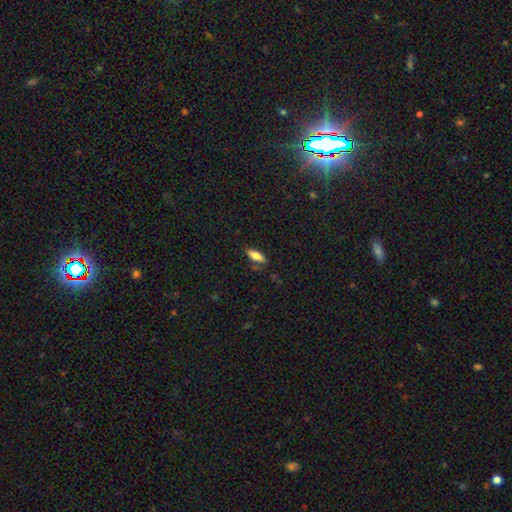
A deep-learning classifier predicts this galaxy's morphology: Overall: smooth (77%). How rounded: in between (70%). Merging: none (79%).